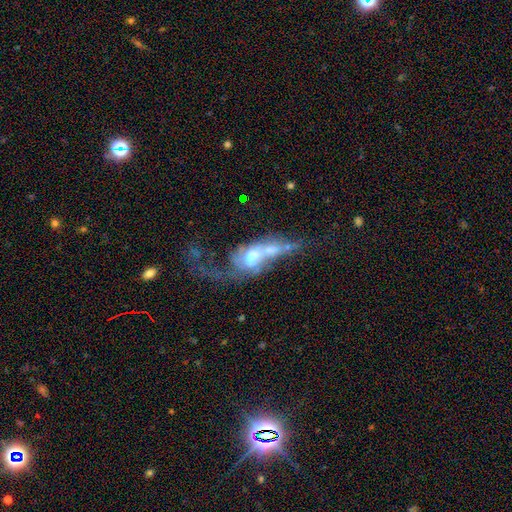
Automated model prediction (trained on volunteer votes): smooth_or_featured: featured or disk (p=0.67) [alt: smooth p=0.22]
disk_edge_on: no (p=0.88) [alt: yes p=0.12]
bar: no (p=0.62) [alt: weak p=0.27]
has_spiral_arms: yes (p=0.50) [tied with: no p=0.50]
bulge_size: moderate (p=0.49) [alt: small p=0.23]
merging: merger (p=0.44) [alt: major disturbance p=0.34]